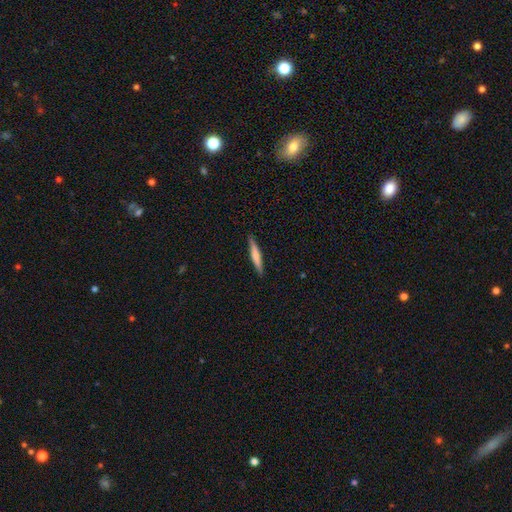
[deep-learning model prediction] Morphology: type=smooth (59%); roundness=cigar-shaped (94%); merging=none (91%).